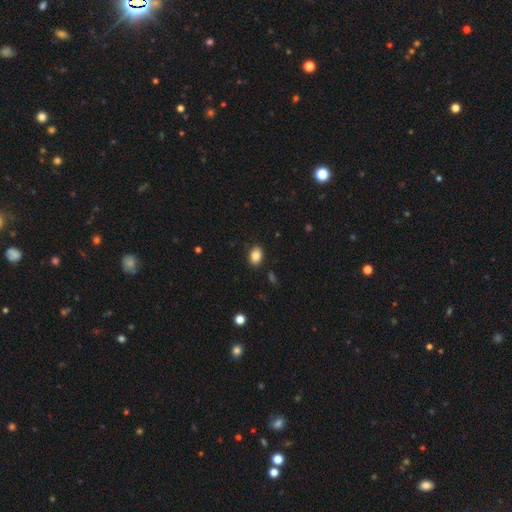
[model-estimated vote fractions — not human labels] smooth 87%, star or artifact 9%, featured or disk 4%. Down the decision tree: how rounded — in between (72%); merging — none (88%).